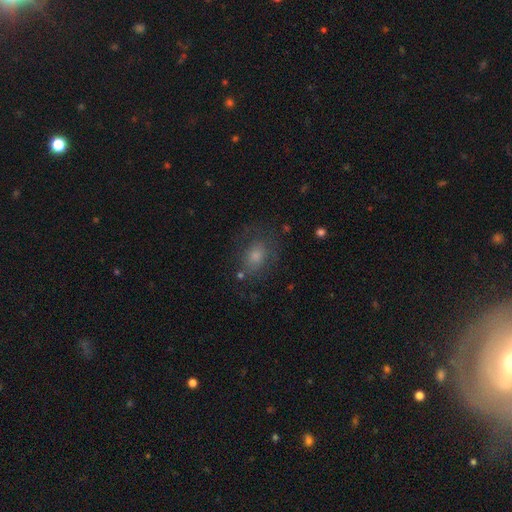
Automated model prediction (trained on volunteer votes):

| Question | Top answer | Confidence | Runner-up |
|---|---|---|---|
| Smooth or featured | smooth | 53% | featured or disk (28%) |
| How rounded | in between | 50% | round (48%) |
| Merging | none | 68% | minor disturbance (18%) |